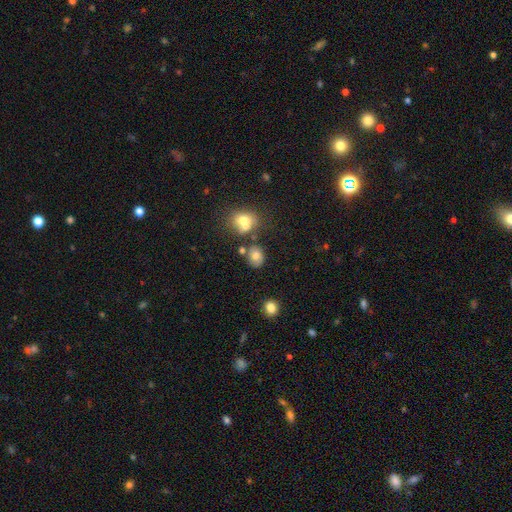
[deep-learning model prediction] A smooth galaxy with no disk features (73%) that is round (54%).

Vote fractions:
- Smooth or featured? smooth: 73% / featured or disk: 14% / star or artifact: 13%
- How rounded? round: 54% / in between: 45% / cigar-shaped: 1%
- Merging? none: 68% / minor disturbance: 15% / merger: 12% / major disturbance: 5%